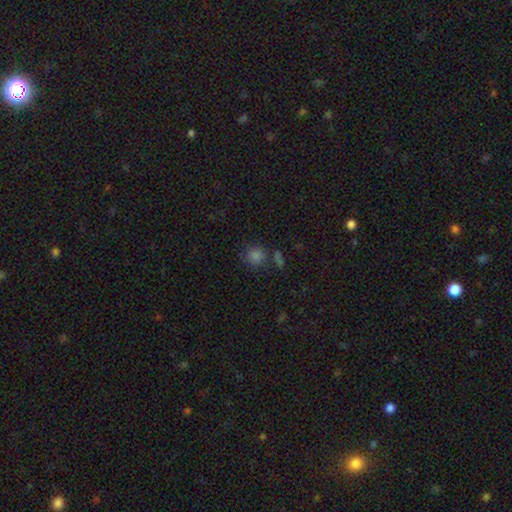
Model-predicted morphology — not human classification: type=smooth (74%); roundness=round (88%); merging=none (72%).